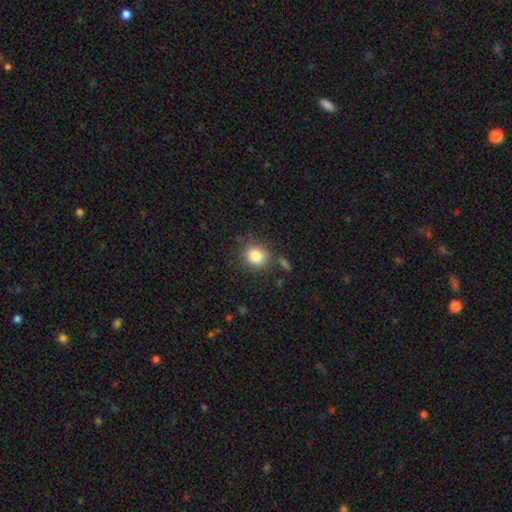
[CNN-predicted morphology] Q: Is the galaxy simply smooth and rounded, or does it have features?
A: smooth — 83%.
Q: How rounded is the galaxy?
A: round — 86%.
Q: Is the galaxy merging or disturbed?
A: none — 81%.